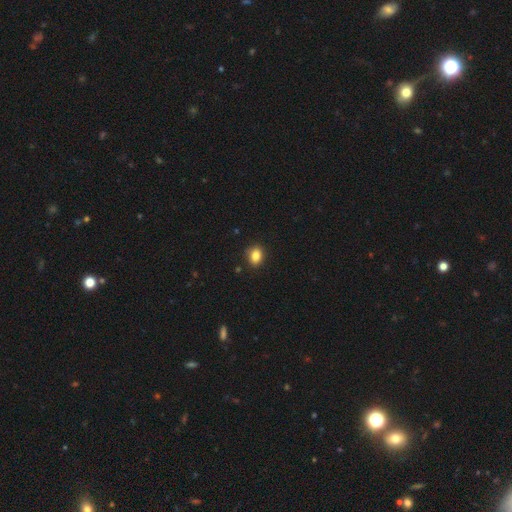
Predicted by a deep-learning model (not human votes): This appears to be a smooth galaxy with no disk features (85%) that is in between round and cigar-shaped (63%). Merging: none (86%).